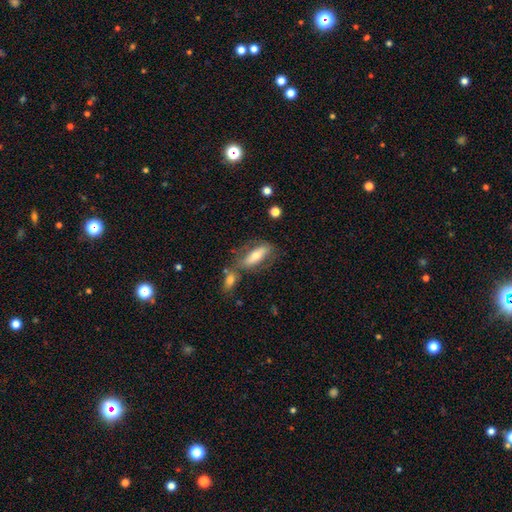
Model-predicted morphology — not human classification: type=smooth (52%); roundness=in between (61%); merging=none (61%).